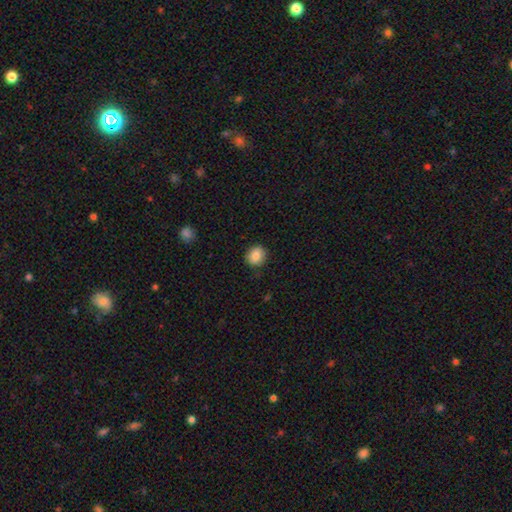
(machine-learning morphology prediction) Smooth or featured? smooth (86%)
How rounded? round (74%)
Merging? none (87%)